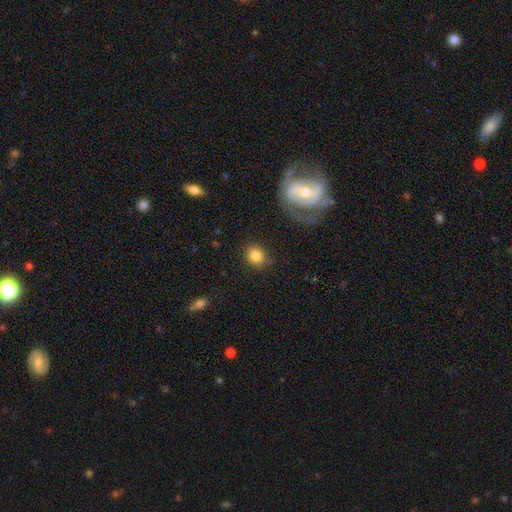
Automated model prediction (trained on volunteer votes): Overall: smooth (83%). How rounded: round (65%; in between 34%). Merging: none (82%).